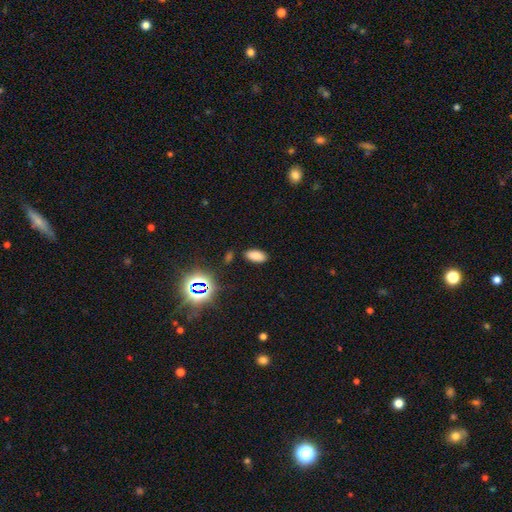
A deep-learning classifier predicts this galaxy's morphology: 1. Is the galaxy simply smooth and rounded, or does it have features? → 78% smooth, 16% star or artifact, 6% featured or disk.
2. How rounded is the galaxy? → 91% in between, 5% cigar-shaped, 4% round.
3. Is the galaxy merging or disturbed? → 87% none, 9% minor disturbance, 3% major disturbance, 2% merger.